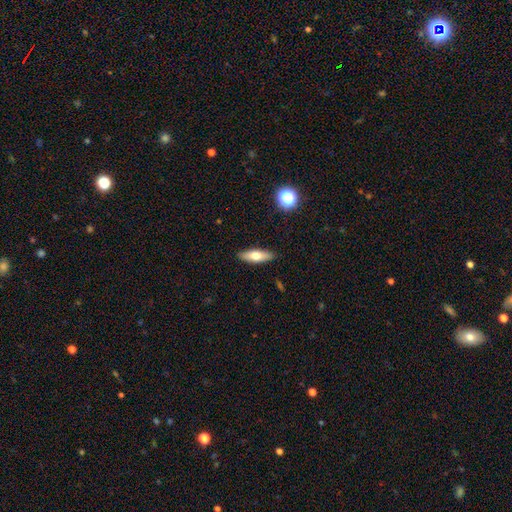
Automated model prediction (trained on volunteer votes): The model was most divided on "how rounded": in between: 51%, cigar-shaped: 46%, round: 3%. More confident: merging — none (89%); smooth or featured — smooth (66%).